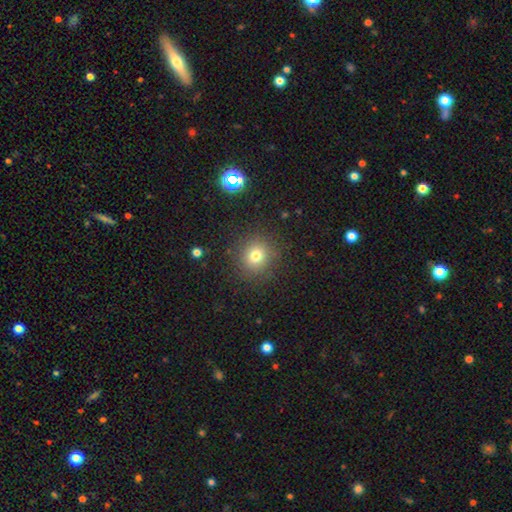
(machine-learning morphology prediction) smooth 74%, star or artifact 17%, featured or disk 9%. Down the decision tree: how rounded — round (88%); merging — none (88%).